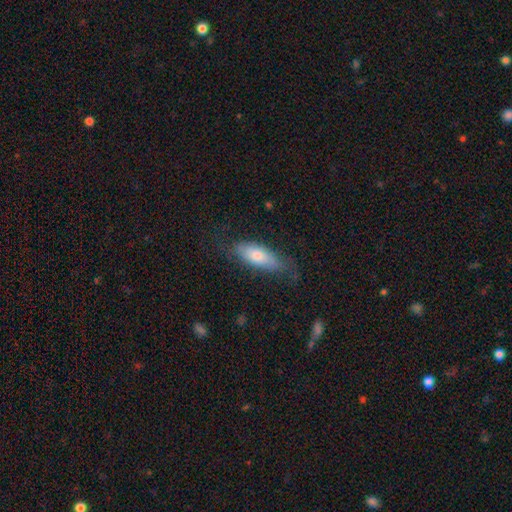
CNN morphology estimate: Smooth or featured? Predicted: smooth (p=0.61). How rounded? Predicted: in between (p=0.53). Merging? Predicted: none (p=0.67).